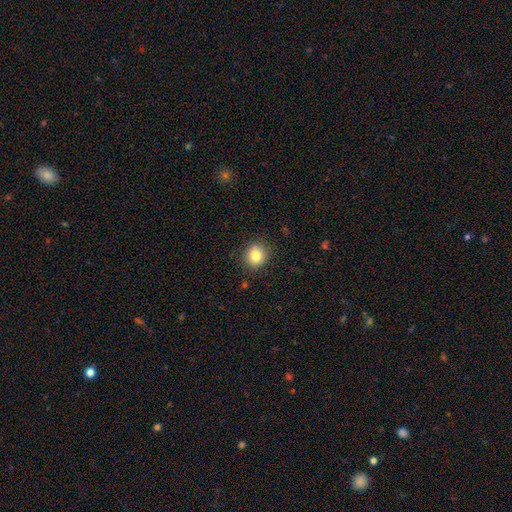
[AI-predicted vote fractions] Smooth or featured?
  - smooth: 83% *
  - star or artifact: 10%
  - featured or disk: 7%
How rounded?
  - round: 77% *
  - in between: 22%
  - cigar-shaped: 1%
Merging?
  - none: 88% *
  - minor disturbance: 9%
  - major disturbance: 2%
  - merger: 1%